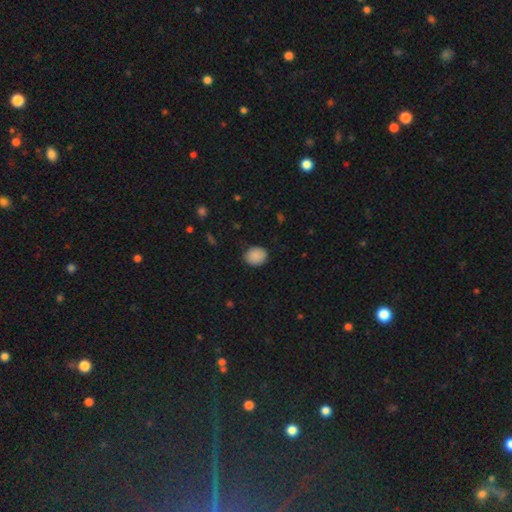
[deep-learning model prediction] The model was most divided on "how rounded": round: 60%, in between: 39%, cigar-shaped: 1%. More confident: smooth or featured — smooth (88%); merging — none (86%).